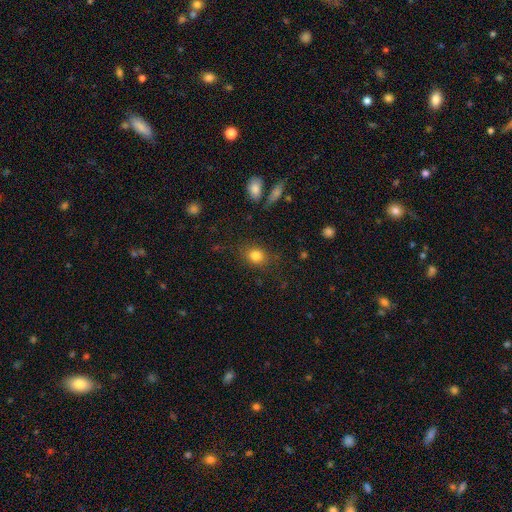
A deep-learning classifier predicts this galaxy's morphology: smooth 82%, star or artifact 11%, featured or disk 6%. Down the decision tree: how rounded — round (56%); merging — none (83%).